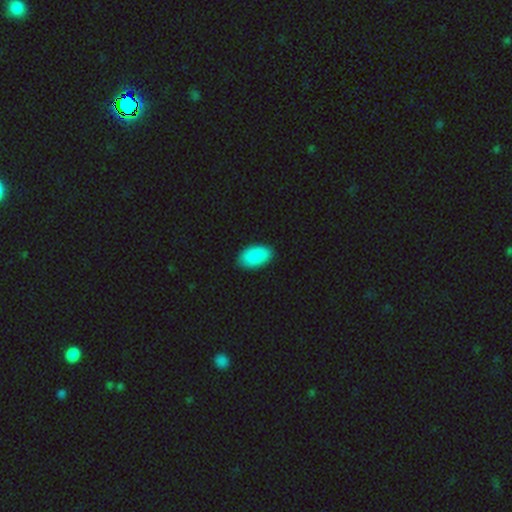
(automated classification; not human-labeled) This appears to be a smooth galaxy with no disk features (90%) that is in between round and cigar-shaped (95%). Merging: none (87%).